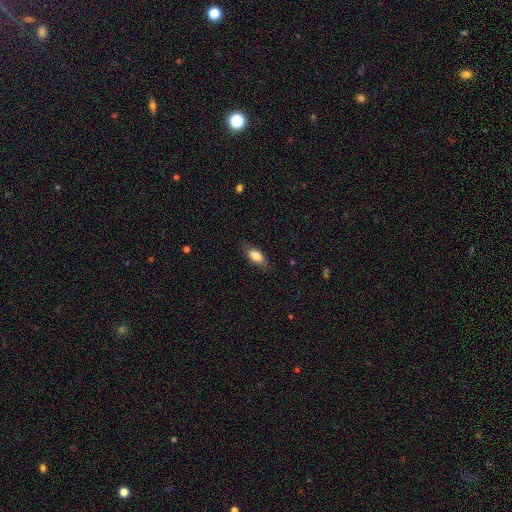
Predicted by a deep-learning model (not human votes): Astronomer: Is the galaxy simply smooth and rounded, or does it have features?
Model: smooth — 81%.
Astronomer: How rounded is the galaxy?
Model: in between — 84%.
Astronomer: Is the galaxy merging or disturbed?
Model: none — 79%.